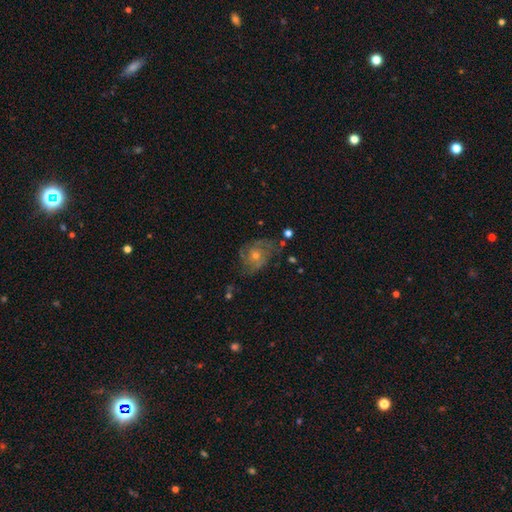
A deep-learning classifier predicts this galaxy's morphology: type=featured or disk (65%); edge-on=no (96%); bar=no (77%); spiral arms=yes (81%); winding=medium (44%); arm count=can't tell (37%); bulge=moderate (51%); merging=none (62%).